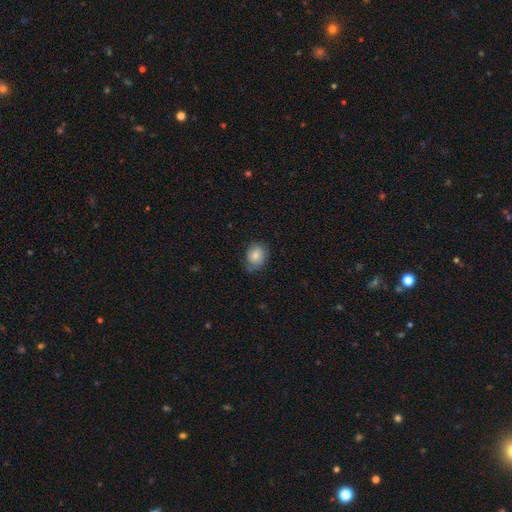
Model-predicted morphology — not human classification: Smooth or featured: smooth — 76% (featured or disk — 16%)
How rounded: round — 57% (in between — 42%)
Merging: none — 69% (minor disturbance — 24%)